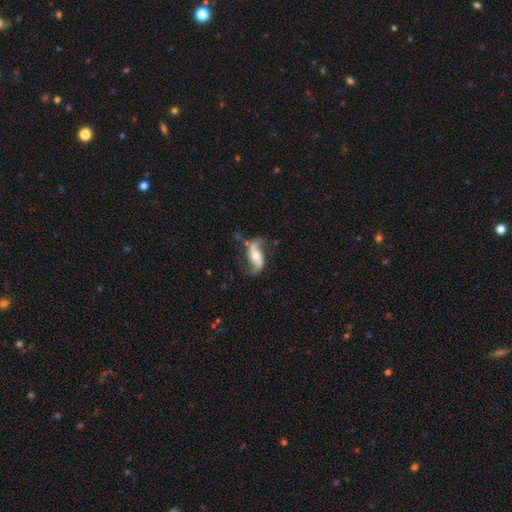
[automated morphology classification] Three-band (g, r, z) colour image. It shows a featured or disk galaxy (77%) with no bar (44%), 2 (91%) loose (81%) spiral arms (91%) and a moderate central bulge (64%). Merging: none (61%).